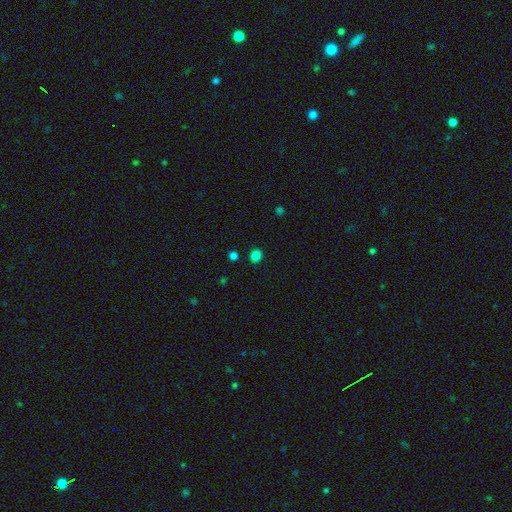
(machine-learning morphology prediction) Smooth or featured?
  - smooth: 82% *
  - star or artifact: 14%
  - featured or disk: 3%
How rounded?
  - round: 79% *
  - in between: 20%
  - cigar-shaped: 1%
Merging?
  - none: 89% *
  - minor disturbance: 6%
  - merger: 3%
  - major disturbance: 2%